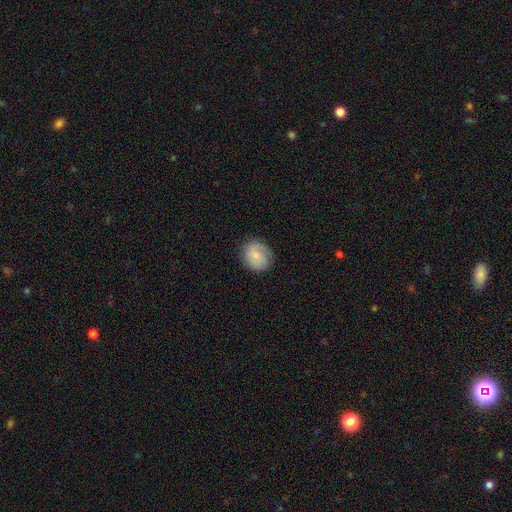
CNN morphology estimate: Smooth or featured: smooth — 69% (featured or disk — 24%)
How rounded: round — 68% (in between — 31%)
Merging: none — 76% (minor disturbance — 17%)